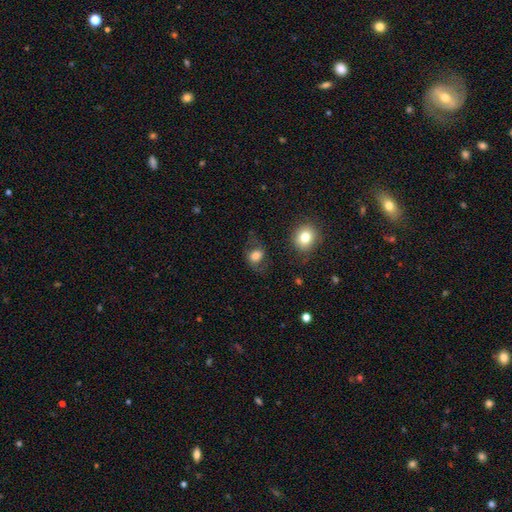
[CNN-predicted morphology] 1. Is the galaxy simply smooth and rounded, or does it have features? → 67% smooth, 23% featured or disk, 10% star or artifact.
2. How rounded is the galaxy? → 51% in between, 48% round, 1% cigar-shaped.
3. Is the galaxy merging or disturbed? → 60% none, 20% minor disturbance, 17% major disturbance, 3% merger.